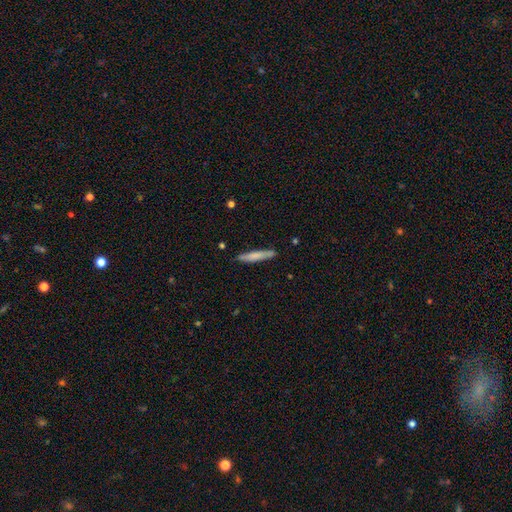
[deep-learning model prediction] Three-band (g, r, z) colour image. It shows a smooth galaxy with no disk features (72%) that is cigar-shaped (93%). Merging: none (84%).